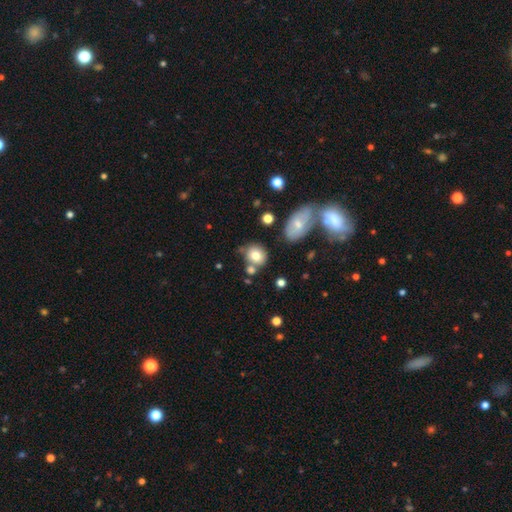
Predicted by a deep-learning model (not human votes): smooth 76%, featured or disk 14%, star or artifact 10%. Down the decision tree: how rounded — round (65%); merging — none (58%).